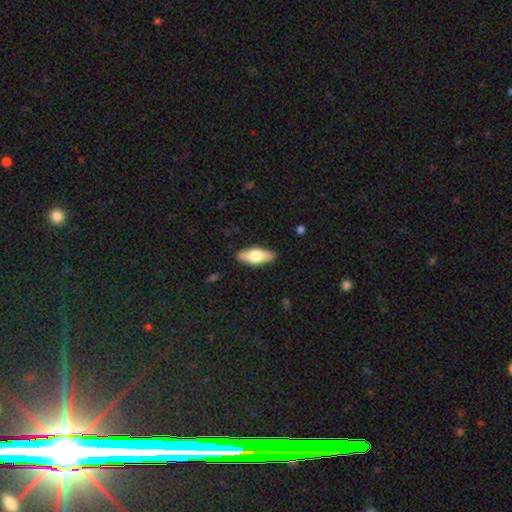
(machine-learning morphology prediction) Smooth or featured? smooth (62%)
How rounded? in between (74%)
Merging? none (87%)